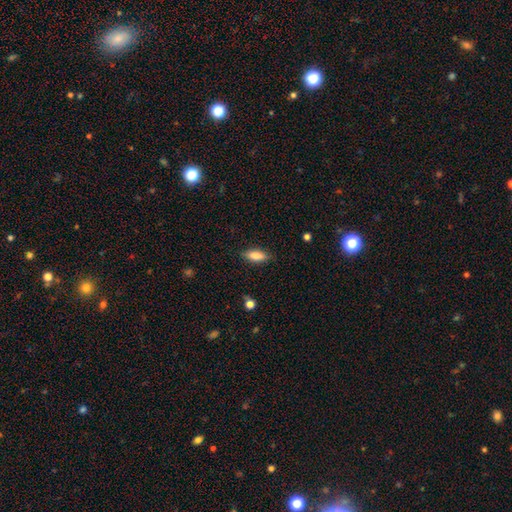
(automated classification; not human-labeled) Smooth or featured? Predicted: smooth (p=0.79). How rounded? Predicted: in between (p=0.68). Merging? Predicted: none (p=0.84).